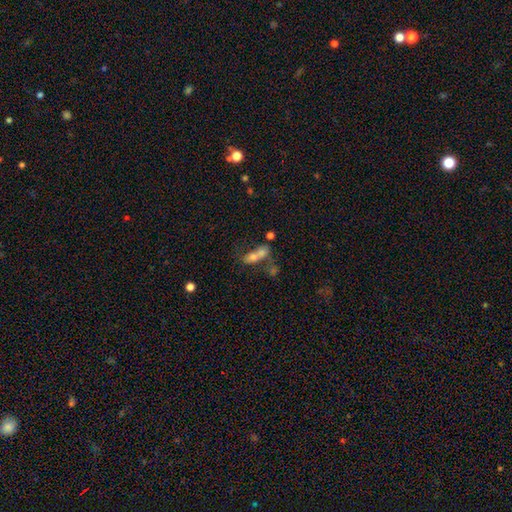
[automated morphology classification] Q: Smooth or featured?
A: smooth (64%); runner-up: featured or disk (24%)
Q: How rounded?
A: in between (74%); runner-up: round (14%)
Q: Merging?
A: merger (60%); runner-up: none (22%)